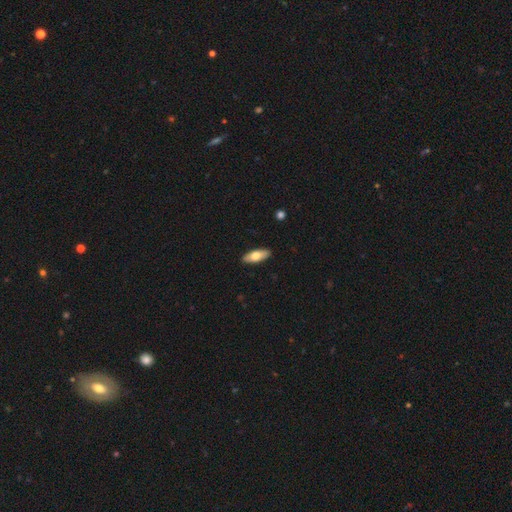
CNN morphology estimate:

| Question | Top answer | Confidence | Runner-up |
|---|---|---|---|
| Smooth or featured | smooth | 71% | featured or disk (24%) |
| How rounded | in between | 75% | cigar-shaped (23%) |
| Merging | none | 90% | minor disturbance (8%) |